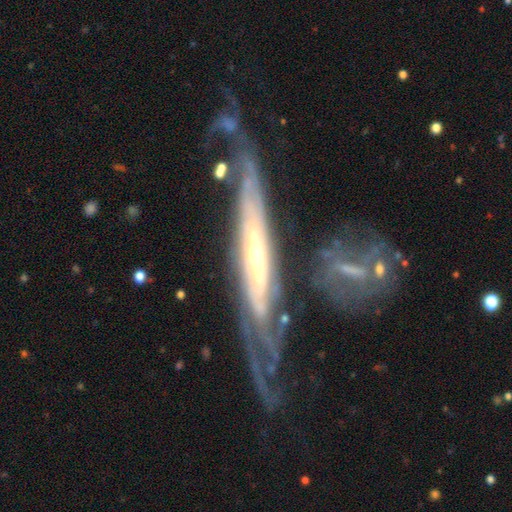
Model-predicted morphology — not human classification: The model was most divided on "edge-on disk": no: 56%, yes: 44%. More confident: smooth or featured — featured or disk (84%); merging — none (56%).